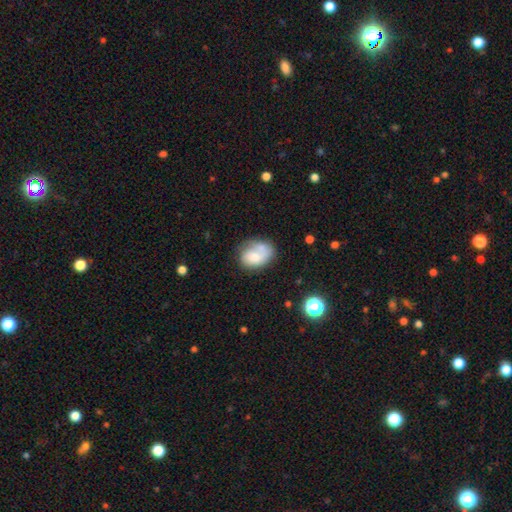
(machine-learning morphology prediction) smooth-or-featured: smooth: 63% | featured or disk: 29% | star or artifact: 8%
  how-rounded: in between: 70% | round: 29% | cigar-shaped: 1%
  merging: none: 40% | merger: 25% | minor disturbance: 22% | major disturbance: 13%